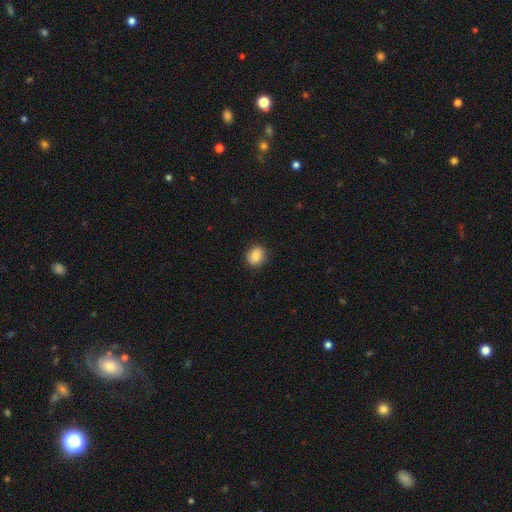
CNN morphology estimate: The model was most divided on "how rounded": round: 70%, in between: 29%, cigar-shaped: 1%. More confident: merging — none (87%); smooth or featured — smooth (86%).